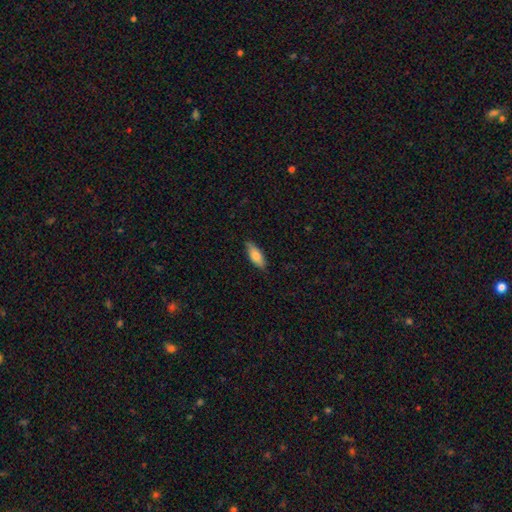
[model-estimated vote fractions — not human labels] Smooth or featured: smooth — 76% (featured or disk — 18%)
How rounded: in between — 72% (cigar-shaped — 25%)
Merging: none — 83% (minor disturbance — 14%)